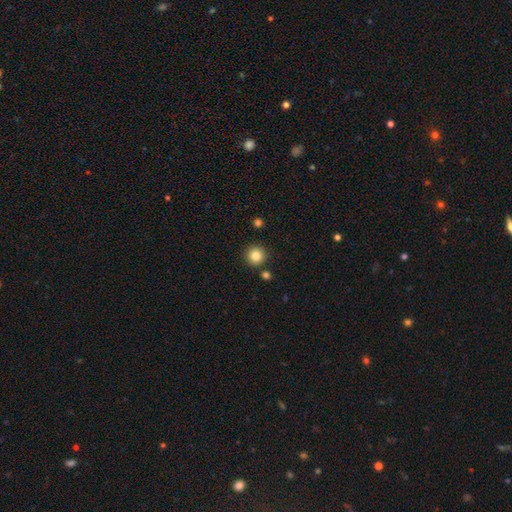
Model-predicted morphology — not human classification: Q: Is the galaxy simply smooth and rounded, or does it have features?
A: smooth — 83%.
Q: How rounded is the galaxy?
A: round — 95%.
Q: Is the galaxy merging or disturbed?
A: none — 88%.